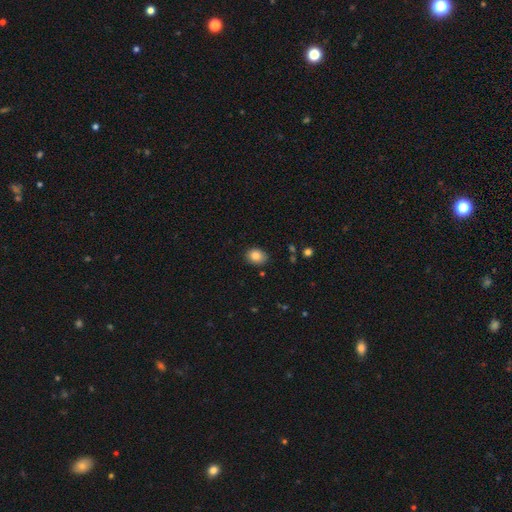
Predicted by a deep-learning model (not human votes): Smooth or featured?
  - smooth: 85% *
  - star or artifact: 9%
  - featured or disk: 6%
How rounded?
  - in between: 56% *
  - round: 43%
  - cigar-shaped: 1%
Merging?
  - none: 83% *
  - minor disturbance: 13%
  - major disturbance: 2%
  - merger: 2%